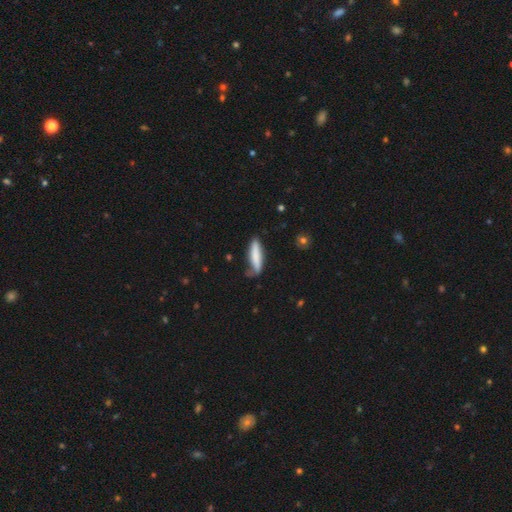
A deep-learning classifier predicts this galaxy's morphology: The model was most divided on "merging": none: 58%, minor disturbance: 31%, major disturbance: 9%, merger: 3%. More confident: how rounded — cigar-shaped (77%); smooth or featured — smooth (77%).